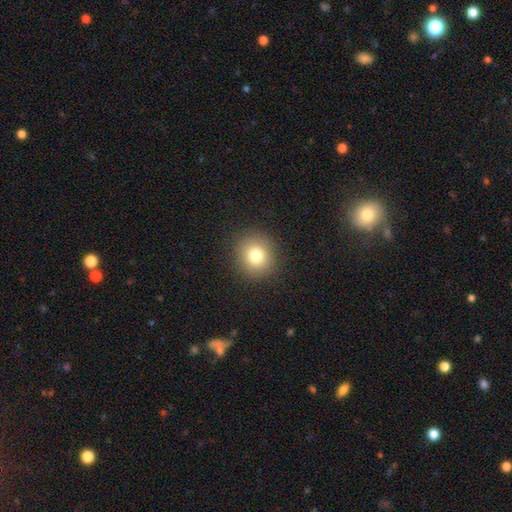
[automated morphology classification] A smooth galaxy with no disk features (79%) that is round (85%).

Vote fractions:
- Smooth or featured? smooth: 79% / star or artifact: 12% / featured or disk: 9%
- How rounded? round: 85% / in between: 14% / cigar-shaped: 1%
- Merging? none: 90% / minor disturbance: 6% / major disturbance: 3% / merger: 1%